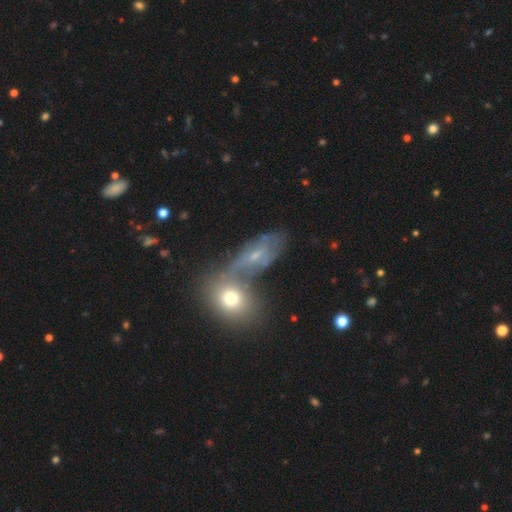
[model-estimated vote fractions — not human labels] A featured or disk galaxy (50%). Merging: none (40%).